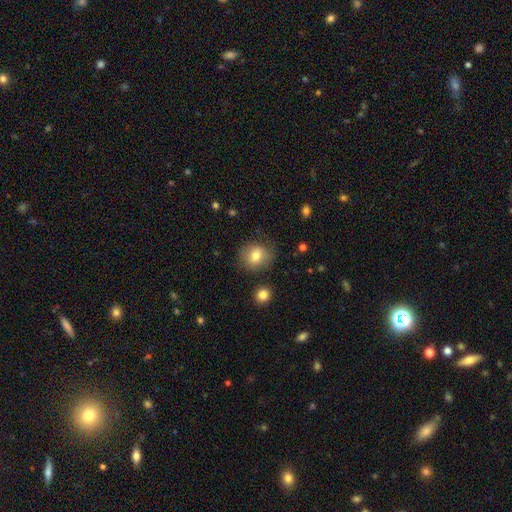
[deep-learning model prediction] This appears to be a smooth galaxy with no disk features (76%) that is round (76%). Merging: none (78%).